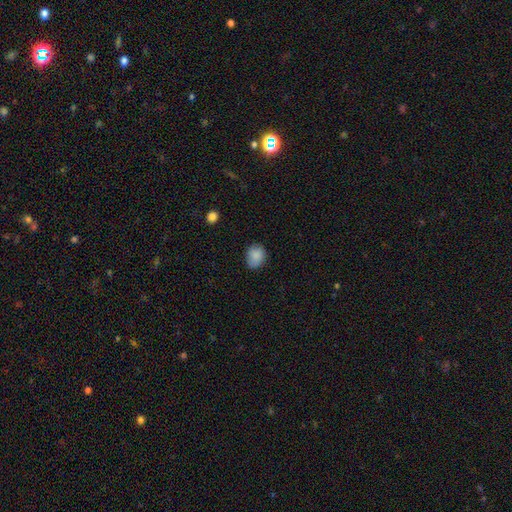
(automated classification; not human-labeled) This appears to be a smooth galaxy with no disk features (86%) that is round (54%). Merging: none (73%).